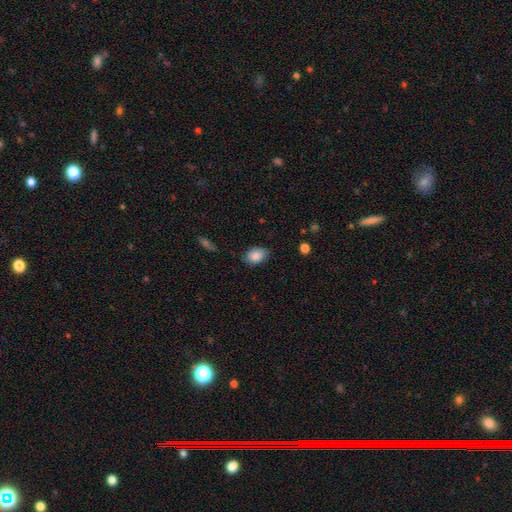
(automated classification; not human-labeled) A smooth galaxy with no disk features (86%) that is in between round and cigar-shaped (81%). Merging: none (78%).